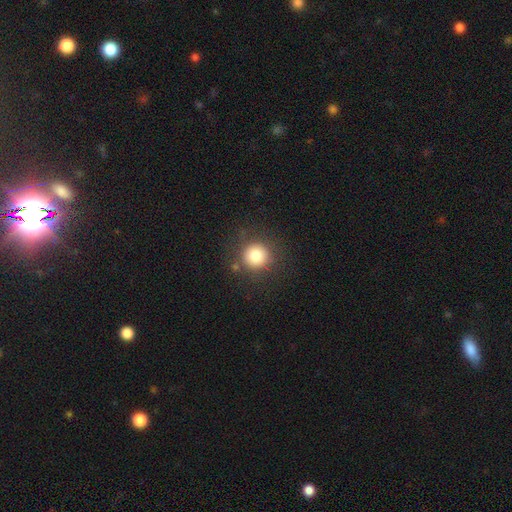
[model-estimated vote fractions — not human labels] A smooth galaxy with no disk features (82%) that is round (94%). Merging: none (83%).